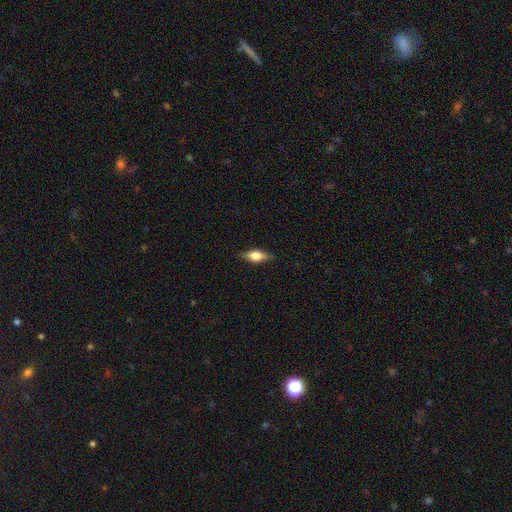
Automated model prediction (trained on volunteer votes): Smooth or featured? smooth (50%)
Merging? none (83%)